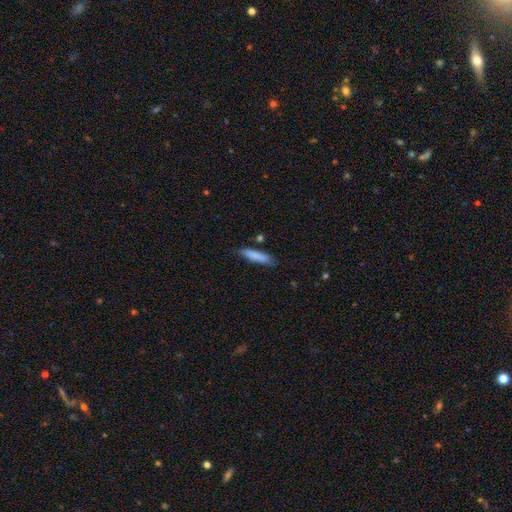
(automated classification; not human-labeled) Overall: smooth (83%). How rounded: cigar-shaped (79%). Merging: none (77%).